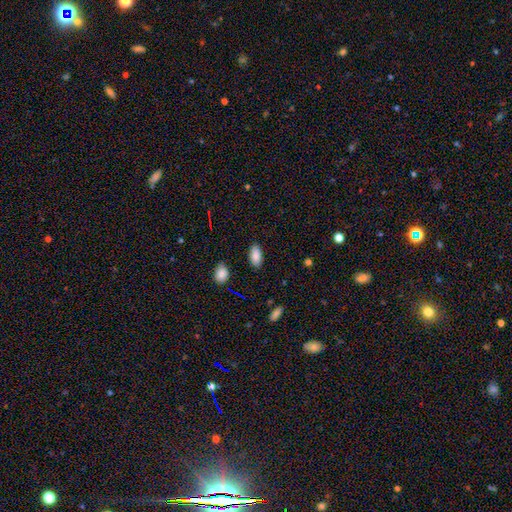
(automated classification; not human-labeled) Morphology: type=smooth (87%); roundness=in between (92%); merging=none (86%).